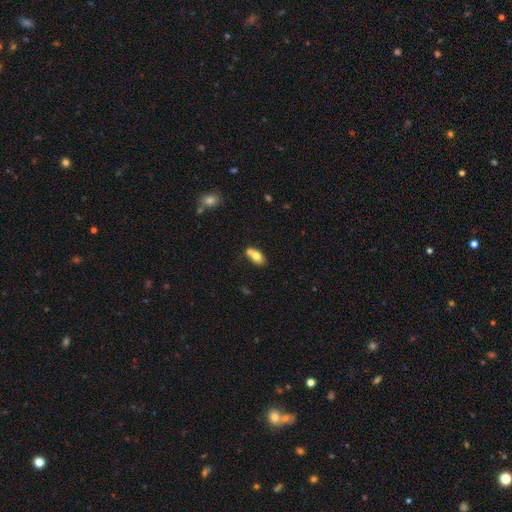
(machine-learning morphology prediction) Smooth or featured: smooth — 72% (featured or disk — 20%)
How rounded: in between — 86% (round — 10%)
Merging: none — 44% (merger — 38%)